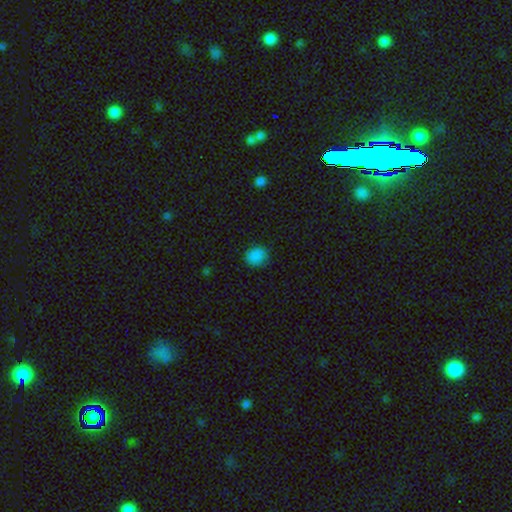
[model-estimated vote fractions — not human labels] Smooth or featured?
  - smooth: 86% *
  - star or artifact: 11%
  - featured or disk: 3%
How rounded?
  - round: 75% *
  - in between: 25%
  - cigar-shaped: 1%
Merging?
  - none: 84% *
  - minor disturbance: 12%
  - major disturbance: 3%
  - merger: 1%